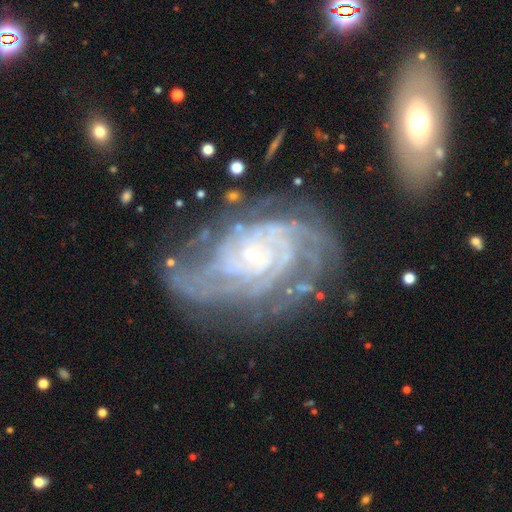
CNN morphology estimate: smooth-or-featured: featured or disk: 90% | star or artifact: 6% | smooth: 4%
  disk-edge-on: no: 97% | yes: 3%
    bar: no: 67% | weak: 24% | strong: 9%
    has-spiral-arms: yes: 98% | no: 2%
      spiral-winding: tight: 74% | medium: 23% | loose: 4%
      spiral-arm-count: 4: 26% | can't tell: 21% | 3: 17% | more than 4: 16% | 2: 13% | 1: 7%
    bulge-size: small: 84% | moderate: 11% | none: 3% | large: 1% | dominant: 1%
  merging: none: 66% | minor disturbance: 20% | major disturbance: 10% | merger: 3%